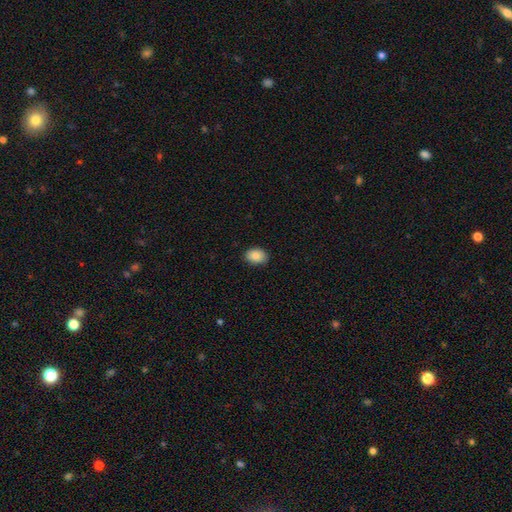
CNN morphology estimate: smooth 86%, star or artifact 8%, featured or disk 7%. Down the decision tree: how rounded — in between (80%); merging — none (86%).